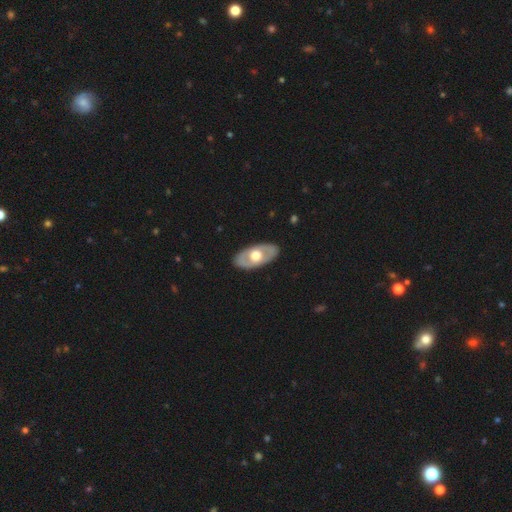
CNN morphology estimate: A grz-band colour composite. It shows a featured or disk galaxy (55%). Merging: none (86%).